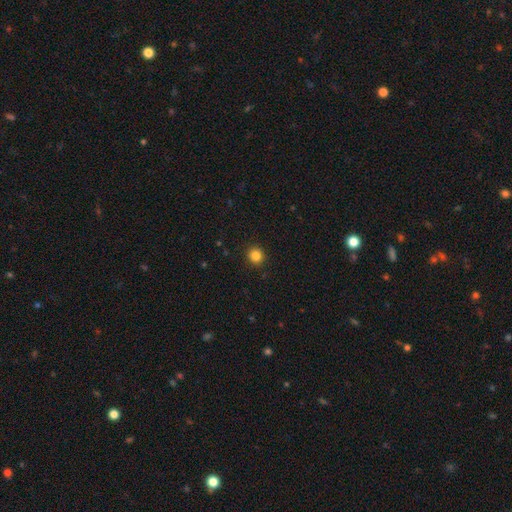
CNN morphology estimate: Smooth or featured? Predicted: smooth (p=0.84). How rounded? Predicted: round (p=0.92). Merging? Predicted: none (p=0.93).